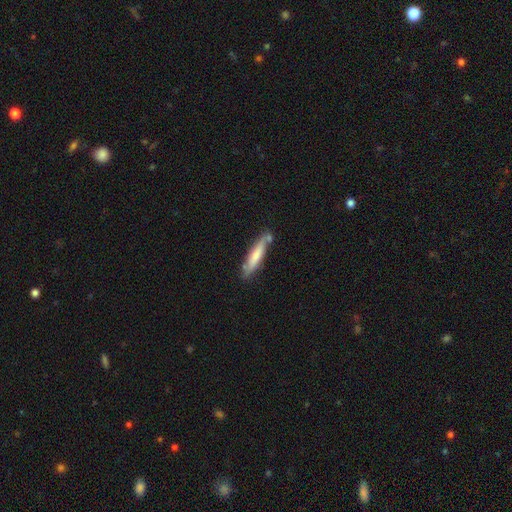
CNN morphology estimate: A smooth galaxy with no disk features (65%) that is cigar-shaped (85%).

Vote fractions:
- Smooth or featured? smooth: 65% / featured or disk: 30% / star or artifact: 5%
- How rounded? cigar-shaped: 85% / in between: 14% / round: 1%
- Merging? none: 69% / minor disturbance: 18% / merger: 9% / major disturbance: 4%